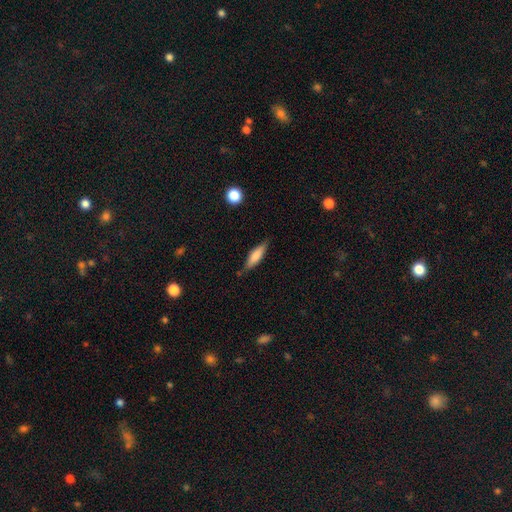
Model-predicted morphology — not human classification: This is likely a smooth galaxy (70%). How rounded: possibly cigar-shaped (57%). Merging: likely none (77%).